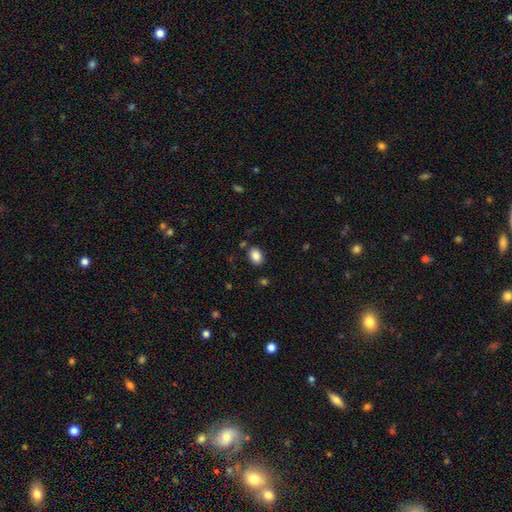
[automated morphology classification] smooth_or_featured: smooth (p=0.87) [alt: star or artifact p=0.09]
how_rounded: in between (p=0.76) [alt: round p=0.23]
merging: none (p=0.84) [alt: minor disturbance p=0.10]